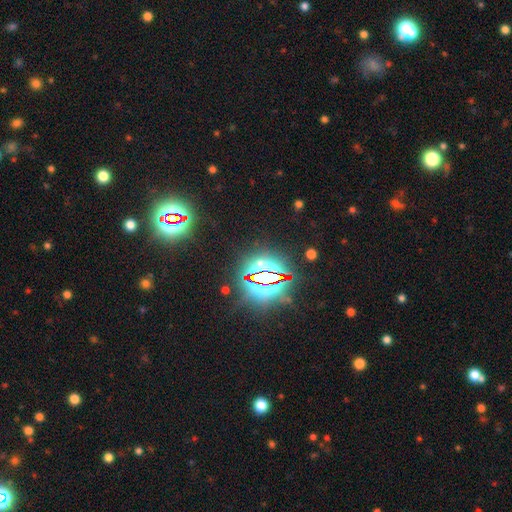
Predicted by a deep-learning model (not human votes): This appears to be a star or artifact, not a galaxy (84%).